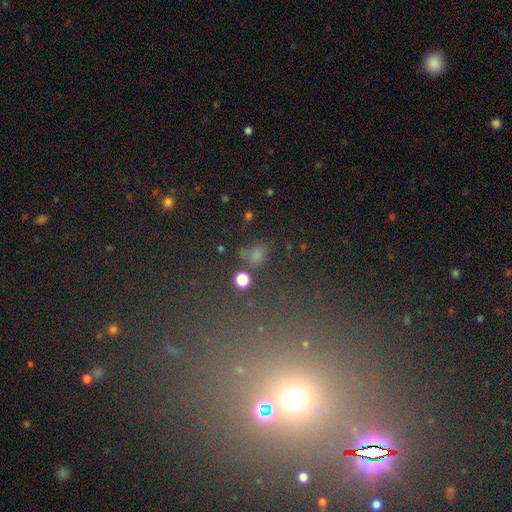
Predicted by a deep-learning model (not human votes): Smooth or featured?
  - smooth: 61% *
  - star or artifact: 28%
  - featured or disk: 11%
How rounded?
  - in between: 55% *
  - round: 41%
  - cigar-shaped: 4%
Merging?
  - none: 62% *
  - minor disturbance: 16%
  - merger: 11%
  - major disturbance: 11%